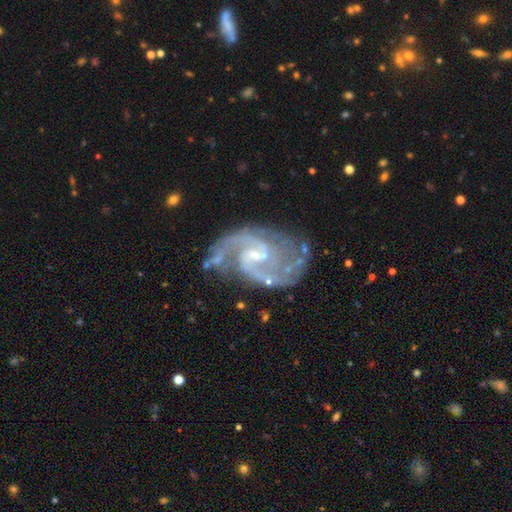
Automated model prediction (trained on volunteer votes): smooth-or-featured: featured or disk: 92% | star or artifact: 5% | smooth: 3%
  disk-edge-on: no: 98% | yes: 2%
    bar: weak: 59% | no: 26% | strong: 15%
    has-spiral-arms: yes: 98% | no: 2%
      spiral-winding: medium: 59% | loose: 21% | tight: 20%
      spiral-arm-count: 2: 85% | 3: 5% | can't tell: 4% | 1: 2% | 4: 2% | more than 4: 2%
    bulge-size: small: 67% | moderate: 21% | none: 10% | large: 1% | dominant: 1%
  merging: none: 64% | minor disturbance: 20% | major disturbance: 12% | merger: 4%